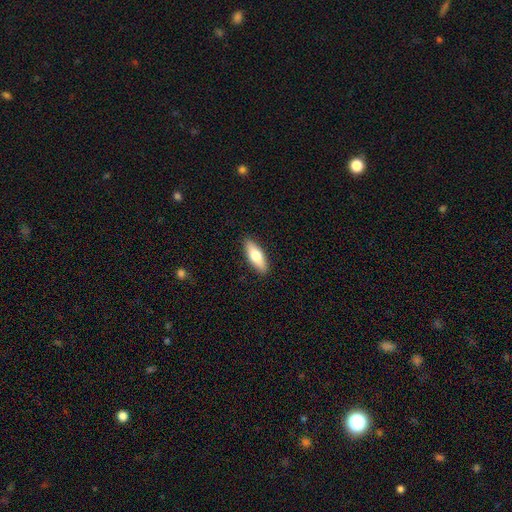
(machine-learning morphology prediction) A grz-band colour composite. It shows a smooth galaxy with no disk features (69%) that is in between round and cigar-shaped (60%). Merging: none (89%).